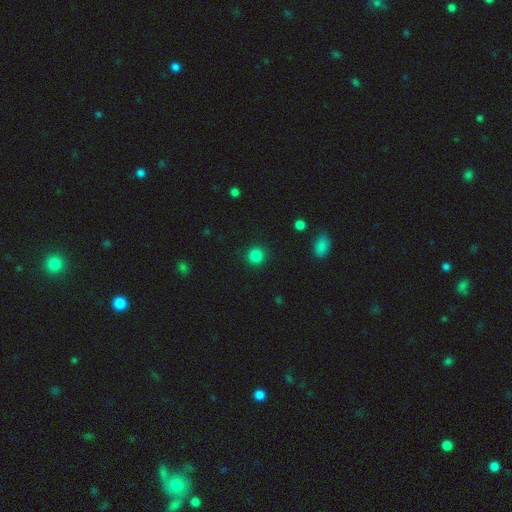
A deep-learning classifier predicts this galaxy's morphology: Smooth or featured? smooth (85%)
How rounded? round (93%)
Merging? none (91%)